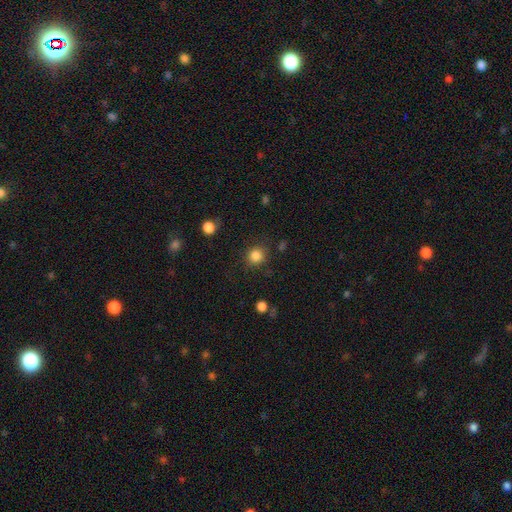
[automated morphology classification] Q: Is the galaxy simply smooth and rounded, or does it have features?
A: smooth — 84%.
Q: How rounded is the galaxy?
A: round — 89%.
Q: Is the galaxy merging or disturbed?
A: none — 85%.